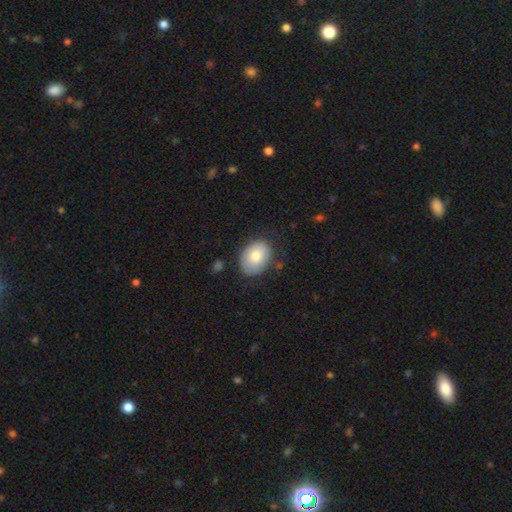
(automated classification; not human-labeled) This is likely a smooth galaxy (79%). How rounded: likely in between (68%). Merging: likely none (76%).